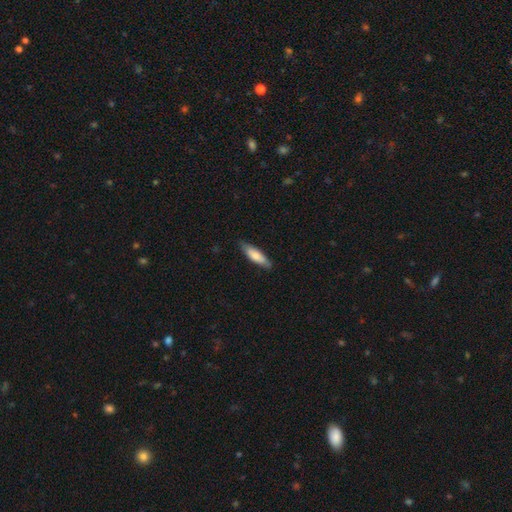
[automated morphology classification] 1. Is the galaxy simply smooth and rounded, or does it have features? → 74% smooth, 20% featured or disk, 5% star or artifact.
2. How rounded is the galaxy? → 57% cigar-shaped, 41% in between, 2% round.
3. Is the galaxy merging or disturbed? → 80% none, 16% minor disturbance, 2% major disturbance, 1% merger.